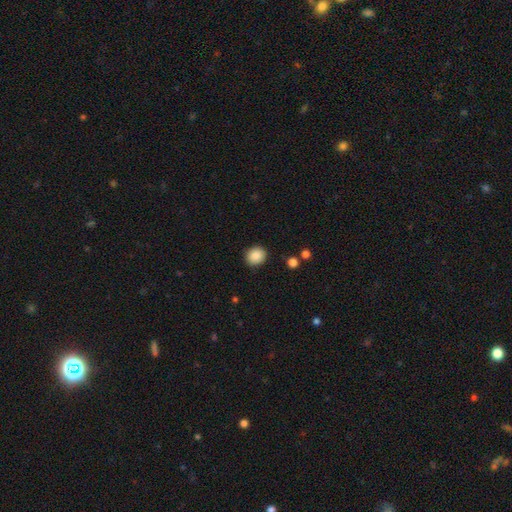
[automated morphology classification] type=smooth (88%); roundness=round (78%); merging=none (90%).